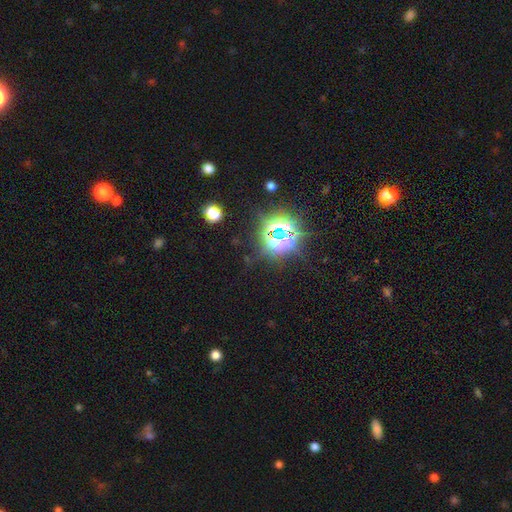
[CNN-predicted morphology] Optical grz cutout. It shows a star or artifact, not a galaxy (81%).